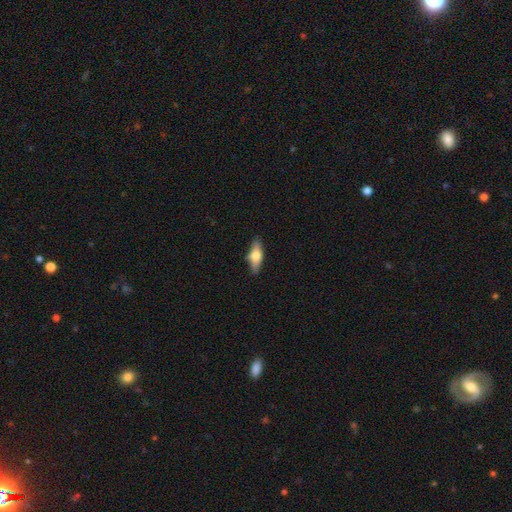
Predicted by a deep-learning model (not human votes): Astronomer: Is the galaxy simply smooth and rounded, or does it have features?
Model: smooth — 54% (runner-up: featured or disk, 39%).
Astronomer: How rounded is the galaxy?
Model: in between — 61%.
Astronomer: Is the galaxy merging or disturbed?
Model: none — 79%.